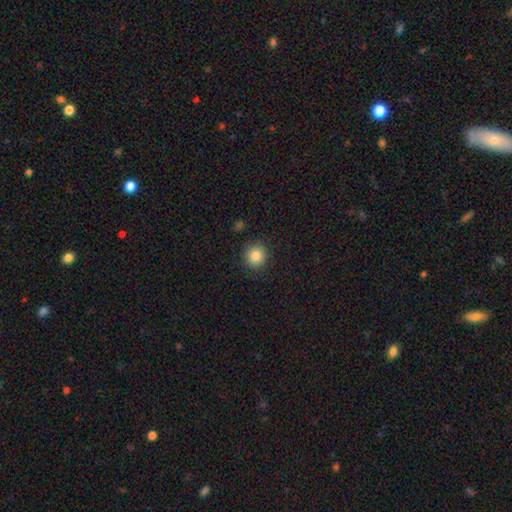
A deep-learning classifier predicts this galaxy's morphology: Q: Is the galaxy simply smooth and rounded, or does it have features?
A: smooth — 86%.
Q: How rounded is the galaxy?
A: round — 90%.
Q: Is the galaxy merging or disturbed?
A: none — 89%.